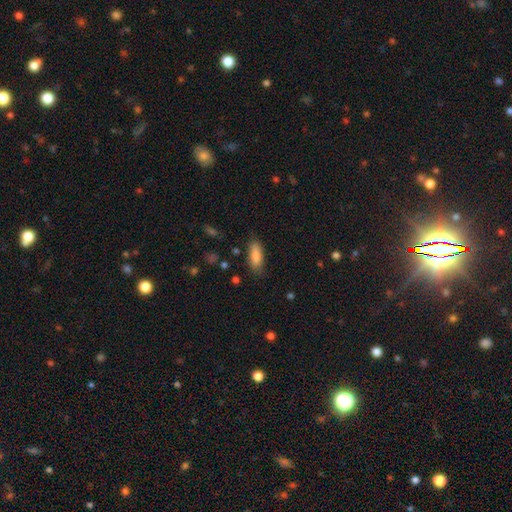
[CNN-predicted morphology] Smooth or featured? Predicted: smooth (p=0.86). How rounded? Predicted: in between (p=0.70). Merging? Predicted: none (p=0.76).